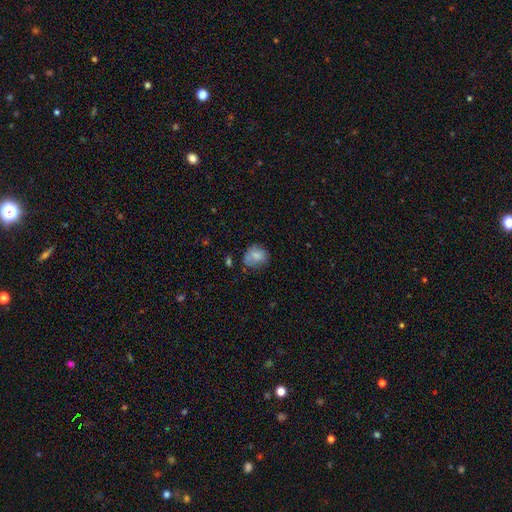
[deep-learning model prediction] Smooth or featured? Predicted: smooth (p=0.74). How rounded? Predicted: round (p=0.62). Merging? Predicted: none (p=0.55).